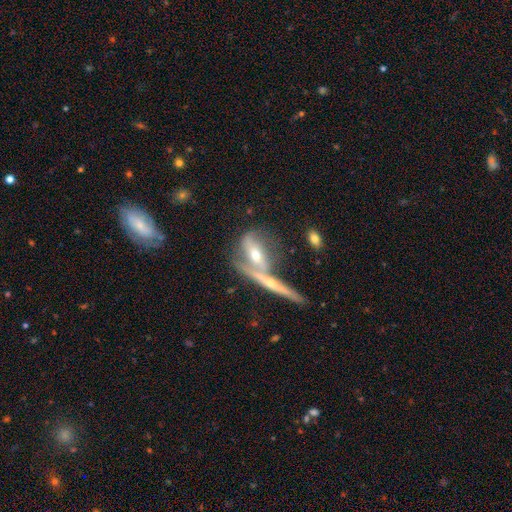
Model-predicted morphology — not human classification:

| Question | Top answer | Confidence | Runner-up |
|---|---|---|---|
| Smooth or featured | featured or disk | 72% | smooth (19%) |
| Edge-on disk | yes | 52% | no (48%) |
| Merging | none | 40% | tied: merger (40%) |